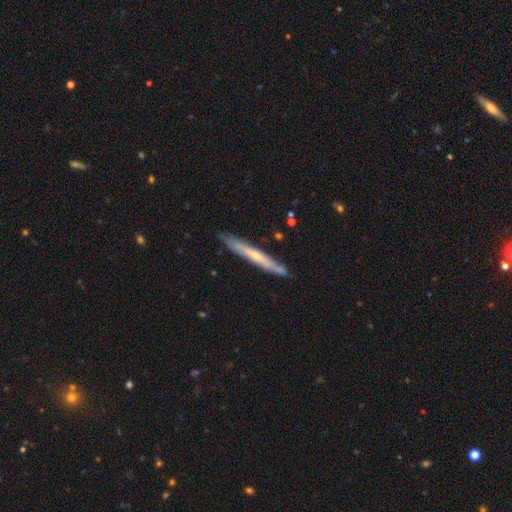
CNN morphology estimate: The model was most divided on "edge-on bulge": none: 57%, rounded: 39%, boxy: 4%. More confident: edge-on disk — yes (91%); merging — none (85%); smooth or featured — featured or disk (57%).